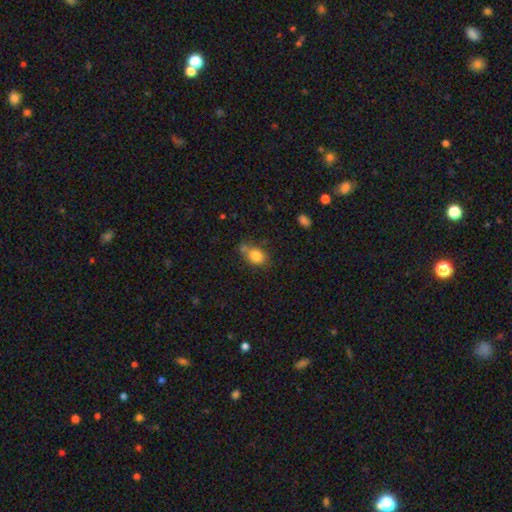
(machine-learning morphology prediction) smooth_or_featured: smooth (p=0.82) [alt: star or artifact p=0.09]
how_rounded: in between (p=0.61) [alt: round p=0.37]
merging: none (p=0.55) [alt: minor disturbance p=0.20]